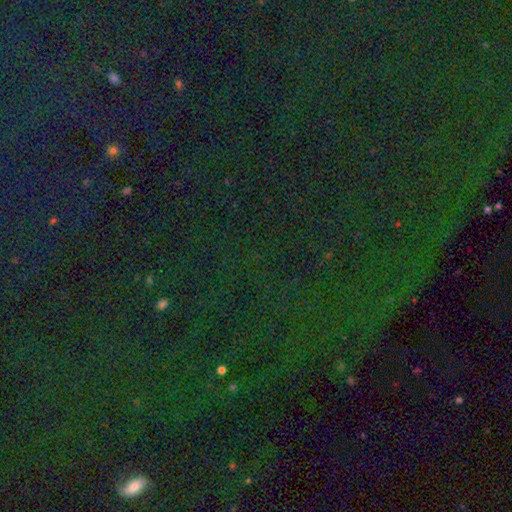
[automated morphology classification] A star or artifact, not a galaxy (80%).

Vote fractions:
- Smooth or featured? star or artifact: 80% / smooth: 12% / featured or disk: 8%